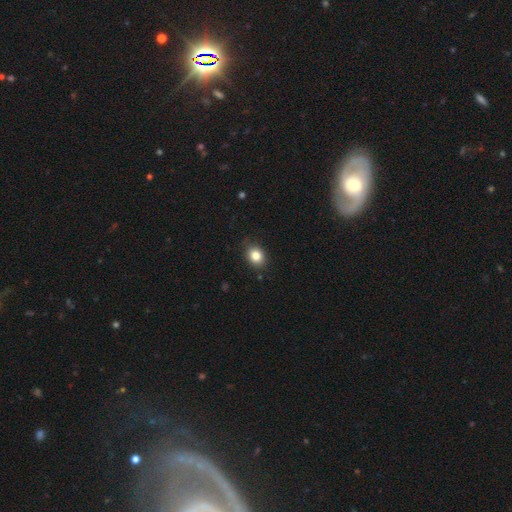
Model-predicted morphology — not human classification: This is clearly a smooth galaxy (83%). How rounded: possibly round (51%). Merging: clearly none (85%).